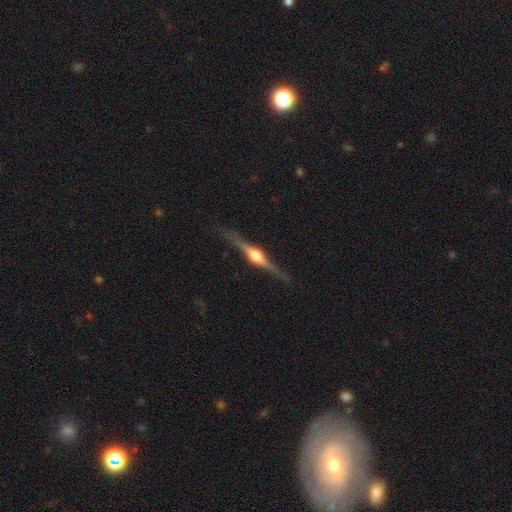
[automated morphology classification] A featured or disk galaxy (86%) viewed edge-on (98%) with a rounded central bulge (94%).

Vote fractions:
- Smooth or featured? featured or disk: 86% / smooth: 9% / star or artifact: 5%
- Edge-on disk? yes: 98% / no: 2%
- Edge-on bulge? rounded: 94% / boxy: 4% / none: 2%
- Merging? none: 88% / minor disturbance: 9% / major disturbance: 2% / merger: 1%